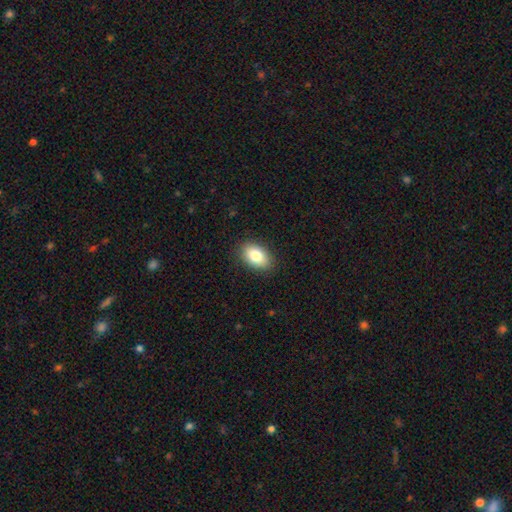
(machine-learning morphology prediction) smooth_or_featured: smooth (p=0.81) [alt: featured or disk p=0.11]
how_rounded: in between (p=0.88) [alt: round p=0.11]
merging: none (p=0.88) [alt: minor disturbance p=0.09]